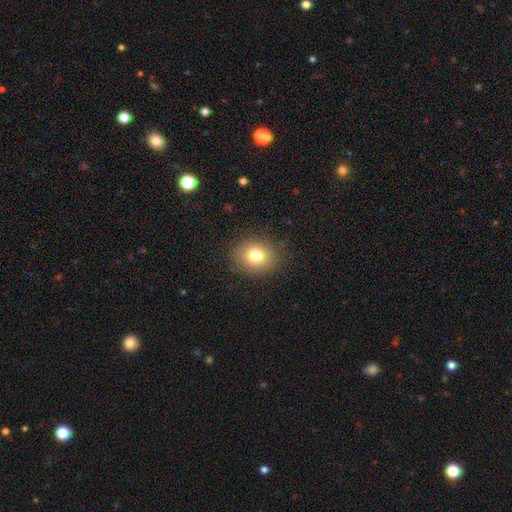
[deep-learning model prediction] This appears to be a smooth galaxy with no disk features (79%) that is round (58%). Merging: none (86%).